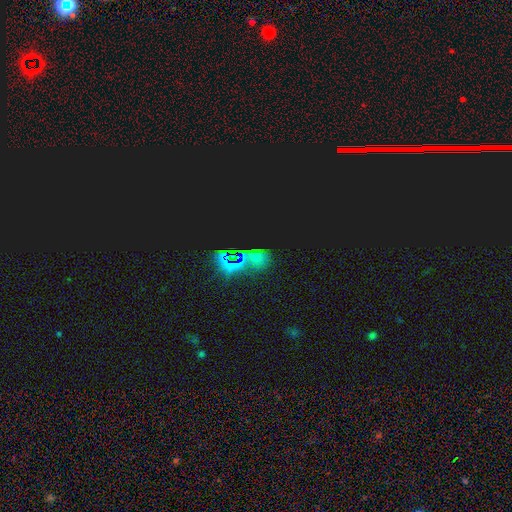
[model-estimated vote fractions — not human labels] Q: Smooth or featured?
A: star or artifact (71%); runner-up: smooth (20%)